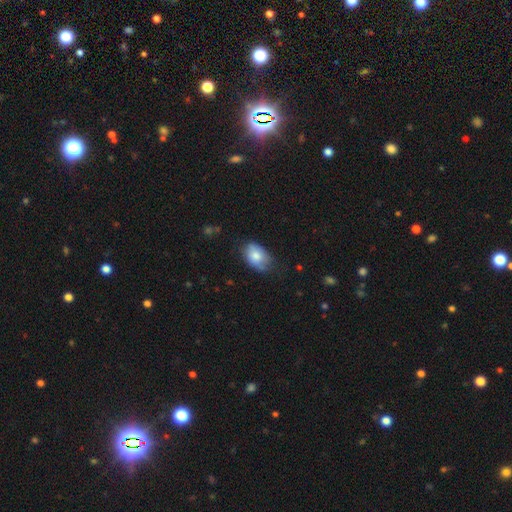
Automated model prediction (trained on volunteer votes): Smooth or featured: smooth — 78% (featured or disk — 15%)
How rounded: in between — 84% (round — 15%)
Merging: none — 59% (minor disturbance — 32%)